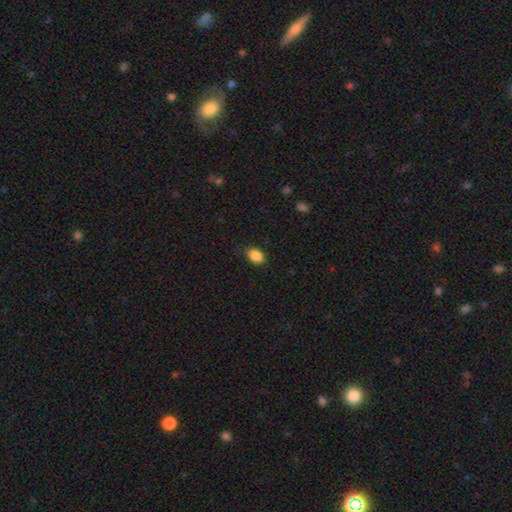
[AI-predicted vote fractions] Q: Smooth or featured?
A: smooth (88%); runner-up: star or artifact (8%)
Q: How rounded?
A: in between (80%); runner-up: round (19%)
Q: Merging?
A: none (84%); runner-up: minor disturbance (12%)